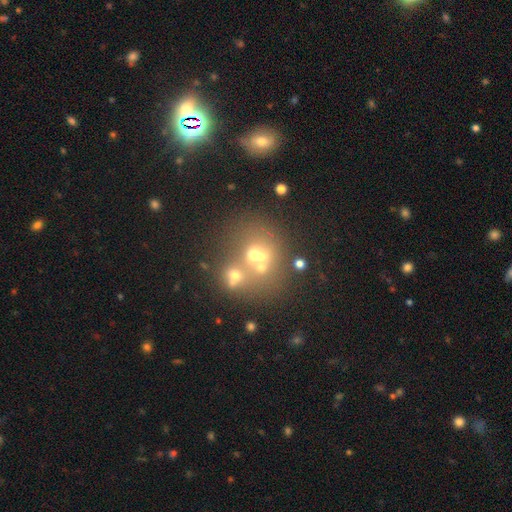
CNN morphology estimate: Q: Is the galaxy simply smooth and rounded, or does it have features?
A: smooth — 44%.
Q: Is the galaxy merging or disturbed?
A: merger — 43%.